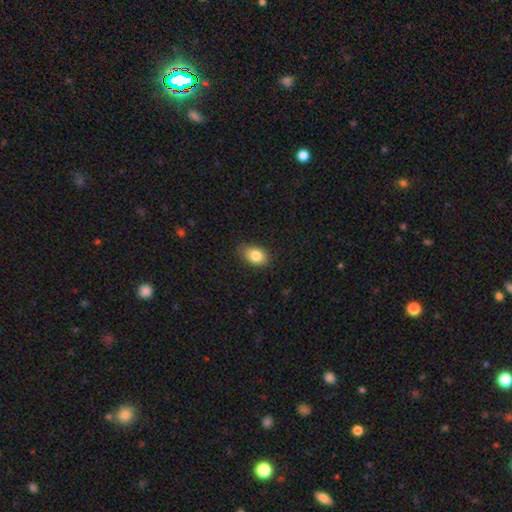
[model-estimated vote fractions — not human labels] A smooth galaxy with no disk features (83%) that is in between round and cigar-shaped (83%). Merging: none (81%).